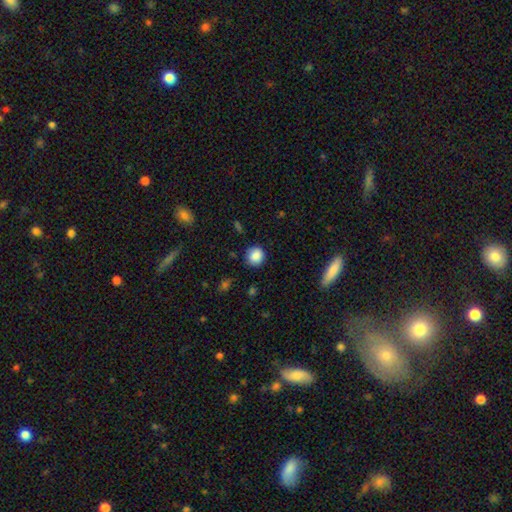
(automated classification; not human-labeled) smooth-or-featured: smooth: 87% | star or artifact: 9% | featured or disk: 4%
  how-rounded: round: 90% | in between: 9% | cigar-shaped: 1%
  merging: none: 85% | minor disturbance: 11% | major disturbance: 3% | merger: 1%